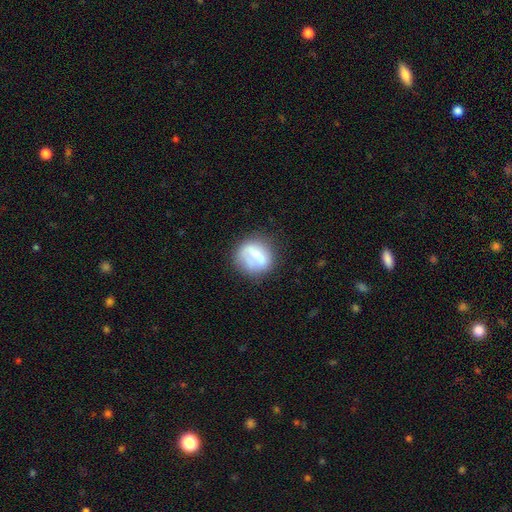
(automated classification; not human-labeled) This is possibly a smooth galaxy (56%). How rounded: likely round (79%). Merging: possibly none (59%).